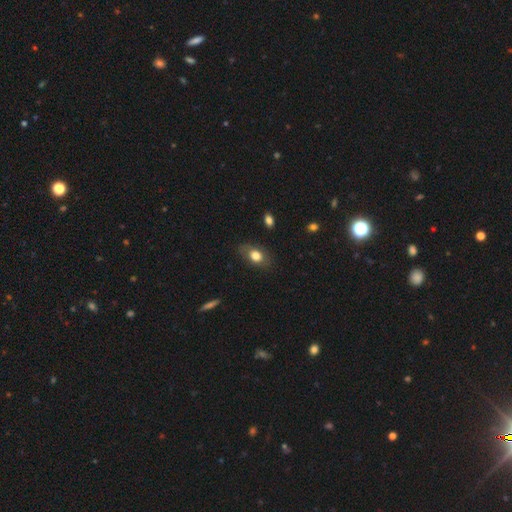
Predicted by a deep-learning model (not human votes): Smooth or featured? smooth (76%)
How rounded? in between (80%)
Merging? none (73%)